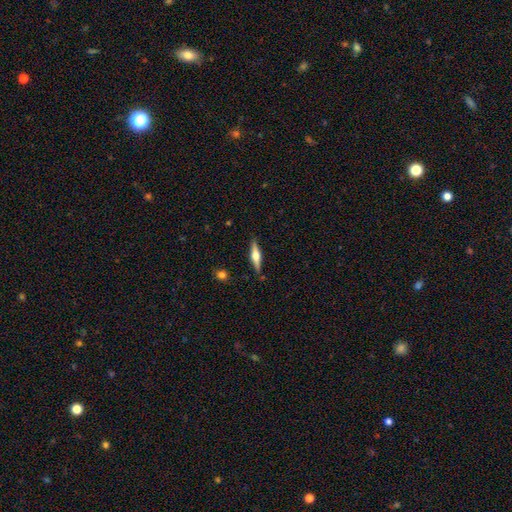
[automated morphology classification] featured or disk 64%, smooth 30%, star or artifact 6%. Down the decision tree: edge-on disk — yes (97%); edge-on bulge — rounded (92%); merging — none (88%).